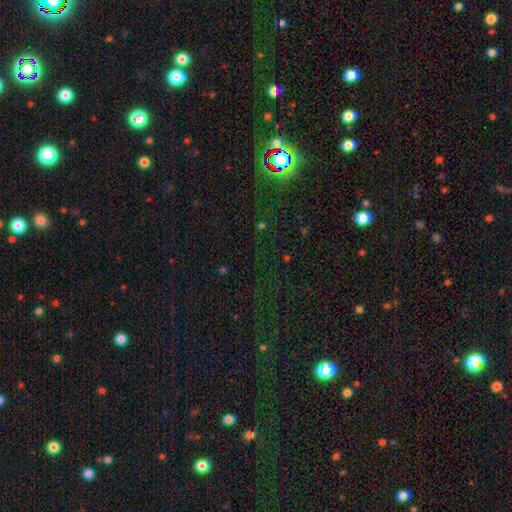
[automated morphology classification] star or artifact 75%, smooth 17%, featured or disk 8%.